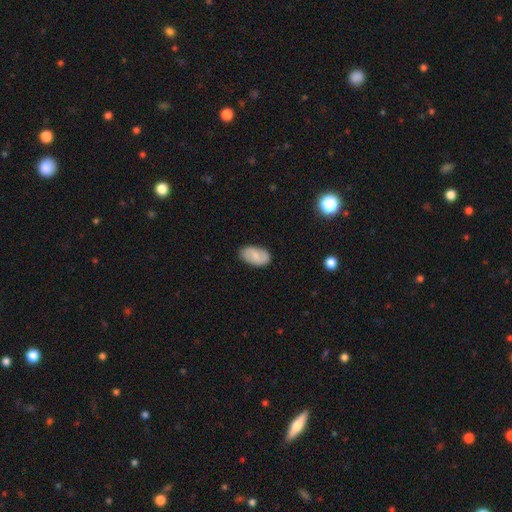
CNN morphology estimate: This appears to be a smooth galaxy with no disk features (58%) that is in between round and cigar-shaped (93%). Merging: none (81%).